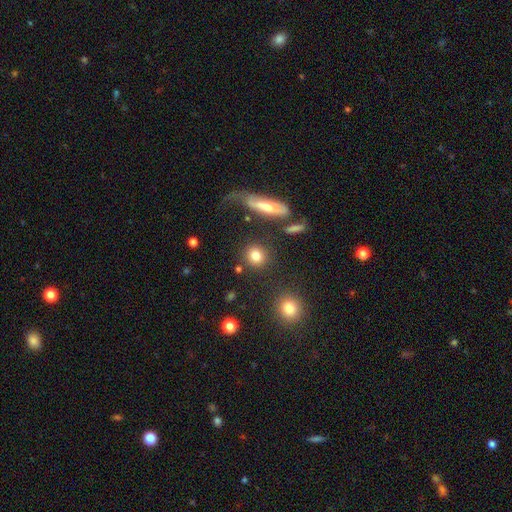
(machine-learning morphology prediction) A smooth galaxy with no disk features (81%) that is round (83%).

Vote fractions:
- Smooth or featured? smooth: 81% / star or artifact: 10% / featured or disk: 9%
- How rounded? round: 83% / in between: 14% / cigar-shaped: 3%
- Merging? none: 82% / minor disturbance: 8% / merger: 6% / major disturbance: 4%